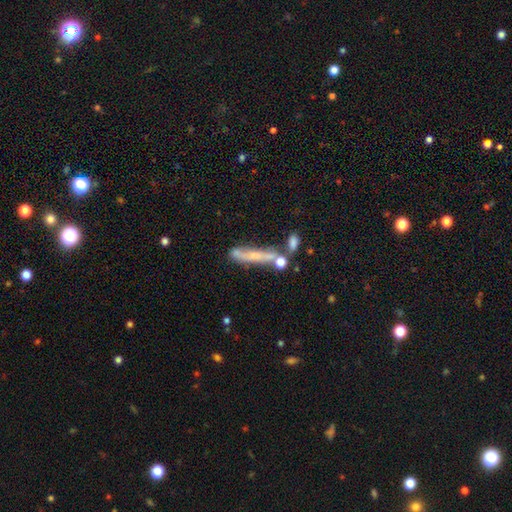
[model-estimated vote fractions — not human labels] This appears to be a featured or disk galaxy (48%). Merging: none (44%).